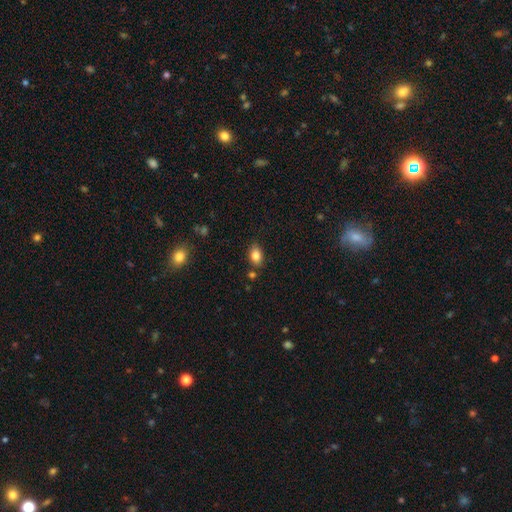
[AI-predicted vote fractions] Q: Smooth or featured?
A: smooth (84%); runner-up: star or artifact (9%)
Q: How rounded?
A: in between (83%); runner-up: round (16%)
Q: Merging?
A: none (79%); runner-up: minor disturbance (13%)